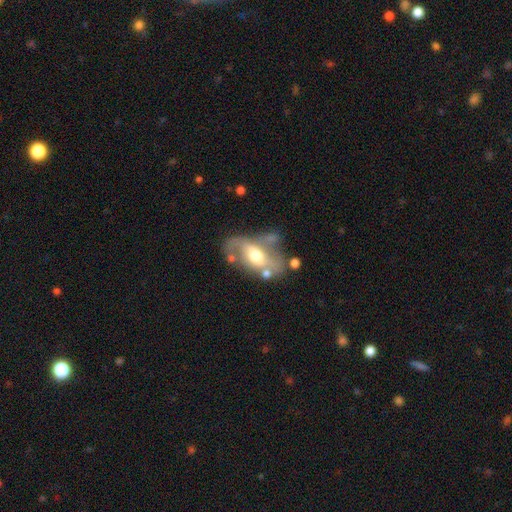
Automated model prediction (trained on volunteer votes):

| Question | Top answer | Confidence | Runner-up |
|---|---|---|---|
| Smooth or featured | featured or disk | 66% | smooth (27%) |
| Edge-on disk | no | 91% | yes (9%) |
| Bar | no | 40% | weak (36%) |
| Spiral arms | yes | 58% | no (42%) |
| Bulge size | moderate | 68% | large (16%) |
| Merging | none | 49% | minor disturbance (23%) |